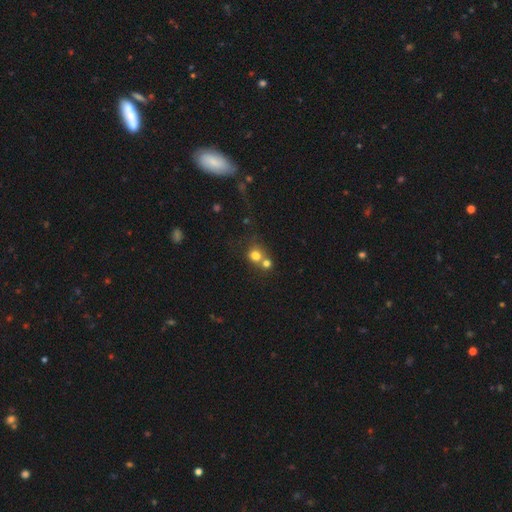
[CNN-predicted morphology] type=smooth (74%); roundness=round (81%); merging=merger (49%).